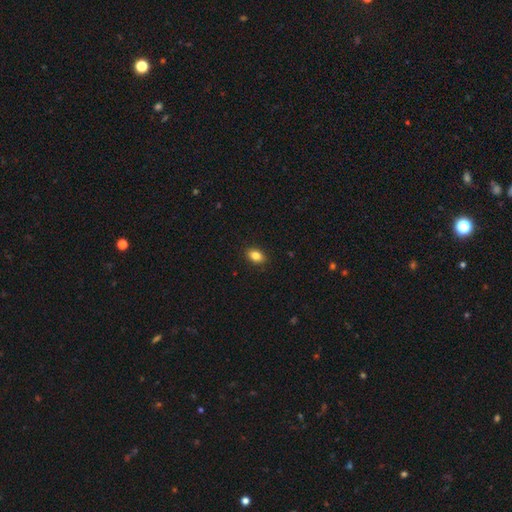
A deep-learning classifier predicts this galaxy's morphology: A smooth galaxy with no disk features (84%) that is in between round and cigar-shaped (81%).

Vote fractions:
- Smooth or featured? smooth: 84% / star or artifact: 9% / featured or disk: 6%
- How rounded? in between: 81% / round: 18% / cigar-shaped: 2%
- Merging? none: 90% / minor disturbance: 8% / major disturbance: 2% / merger: 1%